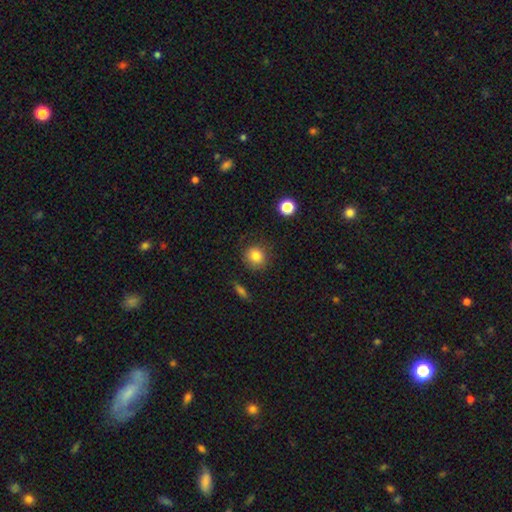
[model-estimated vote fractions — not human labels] smooth 83%, star or artifact 10%, featured or disk 7%. Down the decision tree: how rounded — round (84%); merging — none (83%).